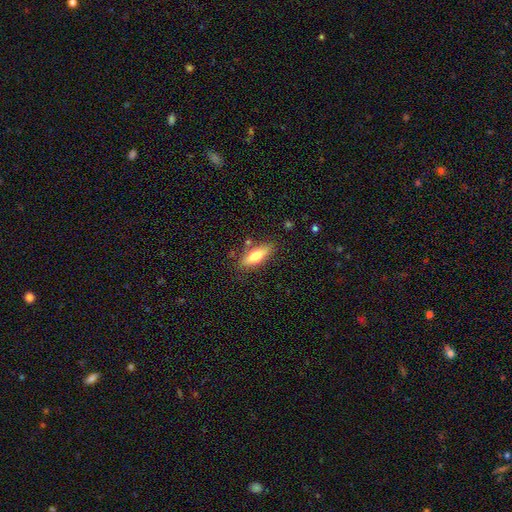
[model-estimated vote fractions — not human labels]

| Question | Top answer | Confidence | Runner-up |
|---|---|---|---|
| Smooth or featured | smooth | 69% | featured or disk (25%) |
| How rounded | in between | 57% | cigar-shaped (40%) |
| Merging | none | 80% | minor disturbance (13%) |